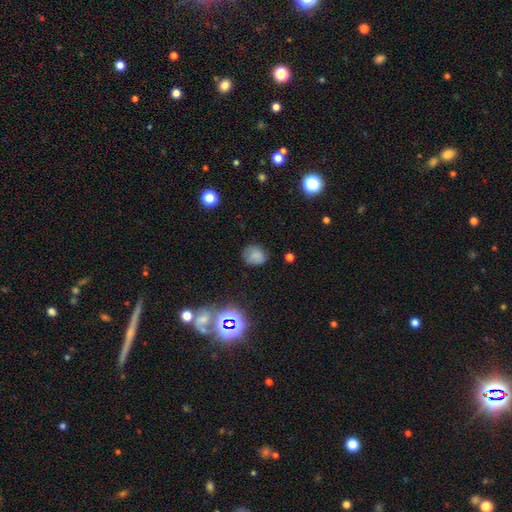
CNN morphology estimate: This appears to be a smooth galaxy with no disk features (76%) that is round (63%). Merging: none (74%).